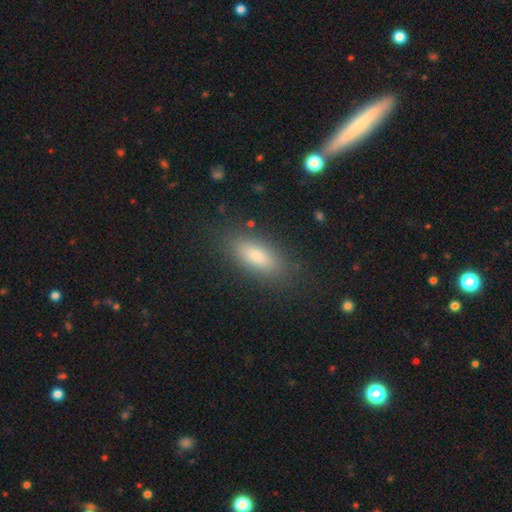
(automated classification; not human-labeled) Smooth or featured? Predicted: smooth (p=0.79). How rounded? Predicted: in between (p=0.70). Merging? Predicted: none (p=0.85).